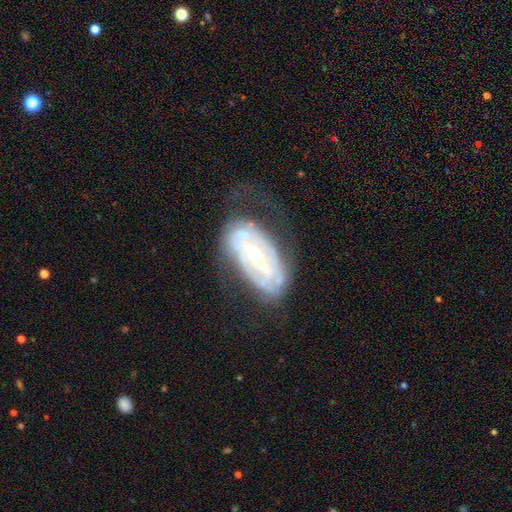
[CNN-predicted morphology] Smooth or featured? featured or disk (81%)
Edge-on disk? no (92%)
Bar? strong (43%)
Spiral arms? yes (76%)
Spiral winding? tight (62%)
Spiral arm count? can't tell (48%)
Bulge size? moderate (53%)
Merging? none (51%)